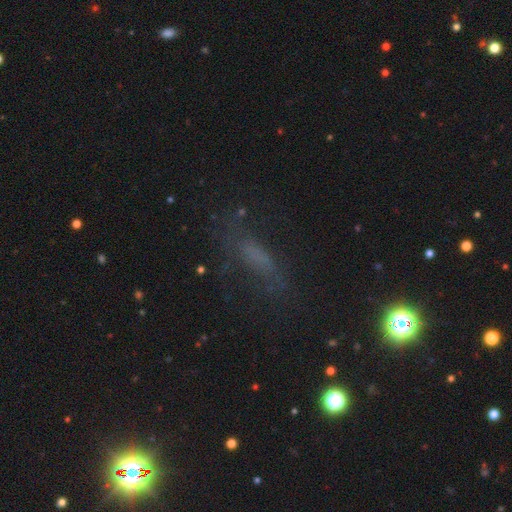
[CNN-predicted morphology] Q: Smooth or featured?
A: smooth (46%); runner-up: featured or disk (28%)
Q: Merging?
A: none (58%); runner-up: minor disturbance (21%)